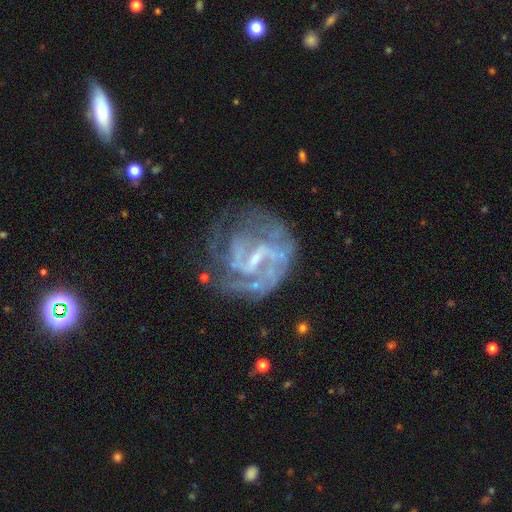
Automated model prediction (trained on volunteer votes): Smooth or featured? featured or disk (80%)
Edge-on disk? no (97%)
Bar? weak (49%)
Spiral arms? yes (83%)
Spiral winding? tight (41%)
Spiral arm count? can't tell (37%)
Bulge size? small (53%)
Merging? none (53%)